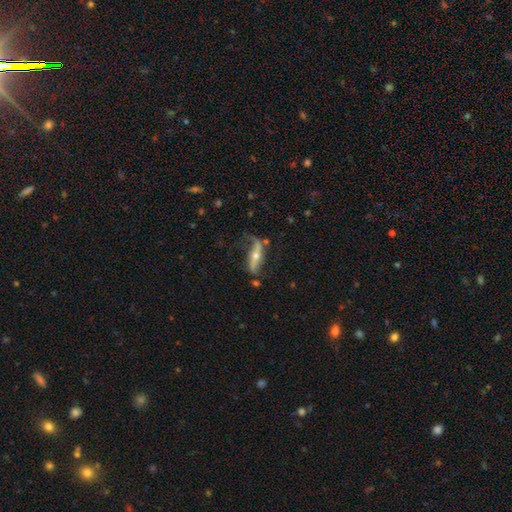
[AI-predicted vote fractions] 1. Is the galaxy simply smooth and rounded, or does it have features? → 77% featured or disk, 15% smooth, 7% star or artifact.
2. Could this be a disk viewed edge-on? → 63% no, 37% yes.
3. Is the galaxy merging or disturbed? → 53% none, 24% minor disturbance, 18% major disturbance, 4% merger.